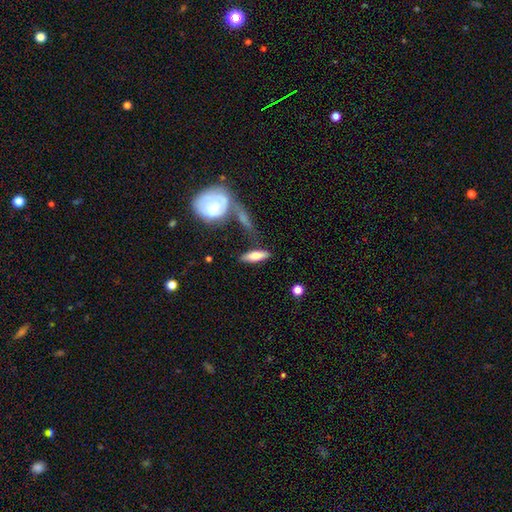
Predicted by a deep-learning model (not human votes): This is likely a smooth galaxy (70%). How rounded: possibly in between (51%). Merging: likely none (69%).